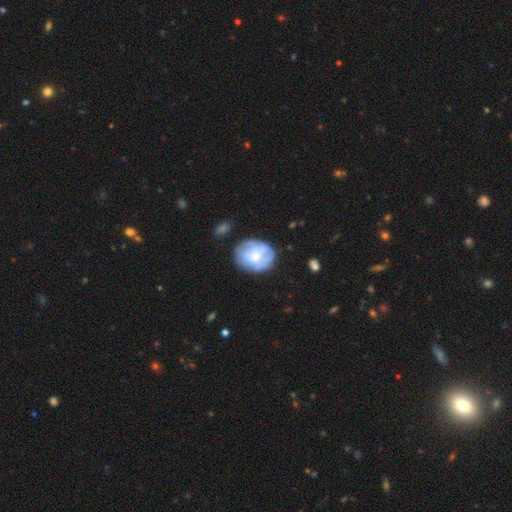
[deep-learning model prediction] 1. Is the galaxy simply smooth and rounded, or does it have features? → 48% featured or disk, 44% smooth, 7% star or artifact.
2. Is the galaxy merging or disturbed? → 68% none, 20% minor disturbance, 9% major disturbance, 3% merger.